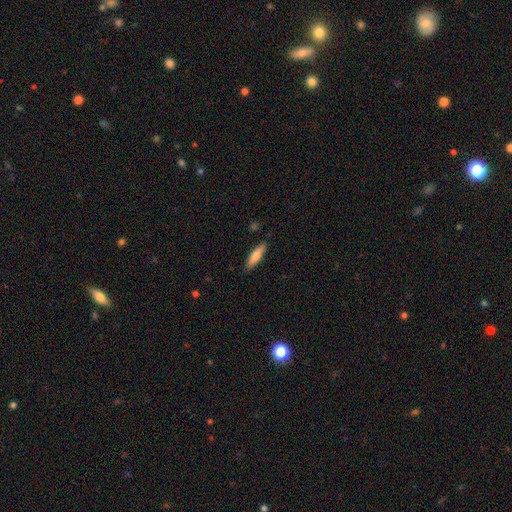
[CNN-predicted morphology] This appears to be a smooth galaxy with no disk features (77%) that is cigar-shaped (62%). Merging: none (87%).